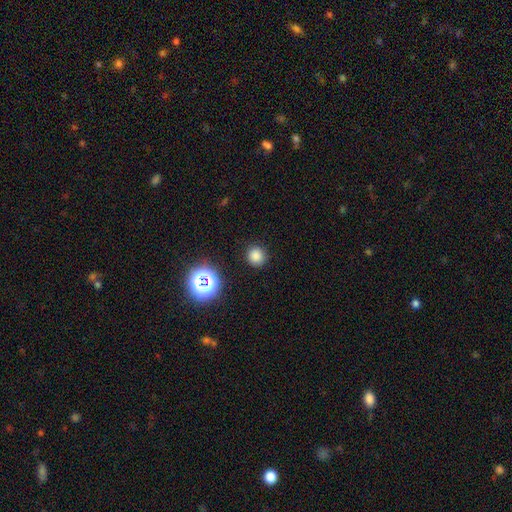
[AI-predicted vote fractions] Smooth or featured? smooth (78%)
How rounded? round (90%)
Merging? none (89%)